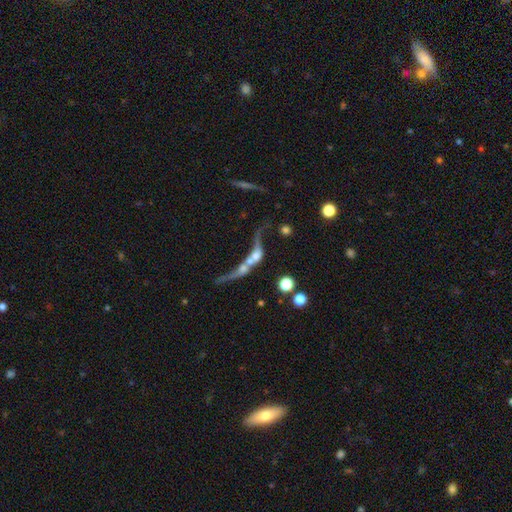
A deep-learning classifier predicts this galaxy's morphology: Overall: featured or disk (52%; smooth 34%). Edge-on disk: no (71%). Merging: merger (62%).